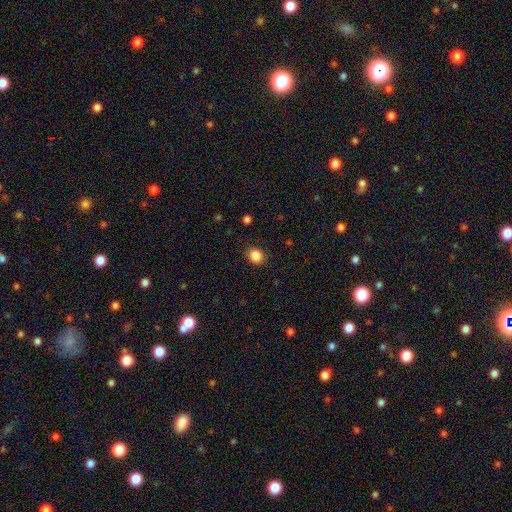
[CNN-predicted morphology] A smooth galaxy with no disk features (86%) that is round (75%).

Vote fractions:
- Smooth or featured? smooth: 86% / star or artifact: 11% / featured or disk: 4%
- How rounded? round: 75% / in between: 25% / cigar-shaped: 1%
- Merging? none: 88% / minor disturbance: 8% / major disturbance: 2% / merger: 1%